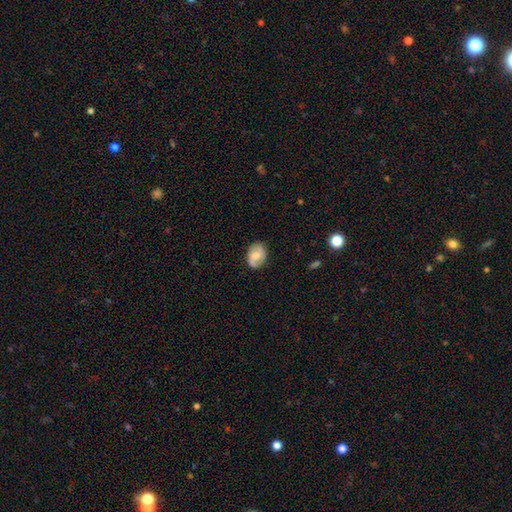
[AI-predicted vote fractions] Smooth or featured? smooth (54%)
How rounded? in between (66%)
Merging? none (78%)